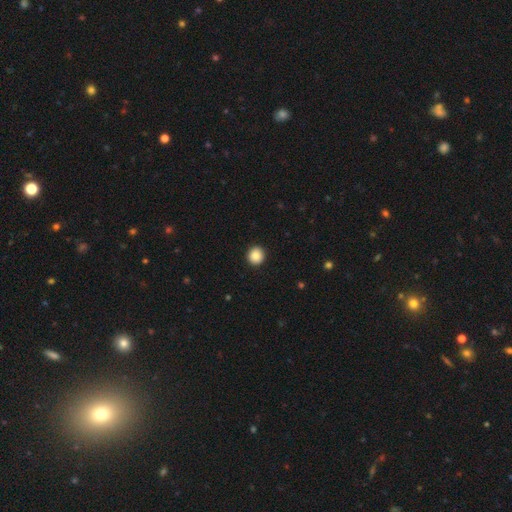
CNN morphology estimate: Q: Smooth or featured?
A: smooth (88%); runner-up: star or artifact (9%)
Q: How rounded?
A: round (91%); runner-up: in between (8%)
Q: Merging?
A: none (93%); runner-up: minor disturbance (5%)